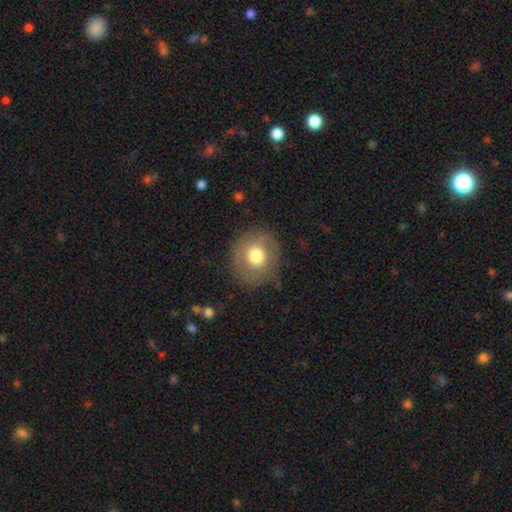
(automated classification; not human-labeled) Smooth or featured: smooth — 72% (featured or disk — 19%)
How rounded: round — 87% (in between — 12%)
Merging: none — 81% (minor disturbance — 13%)